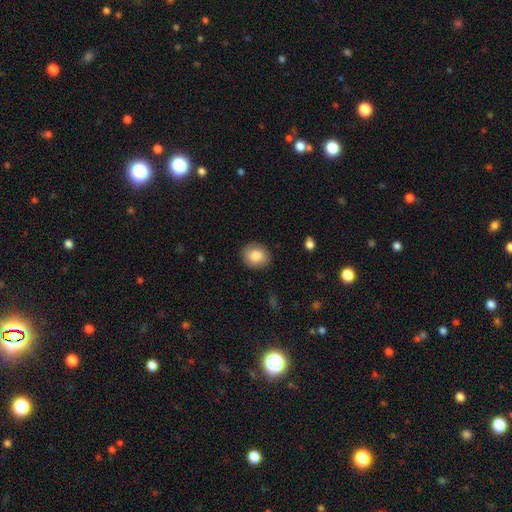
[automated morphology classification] The model was most divided on "how rounded": round: 70%, in between: 29%, cigar-shaped: 1%. More confident: merging — none (89%); smooth or featured — smooth (84%).